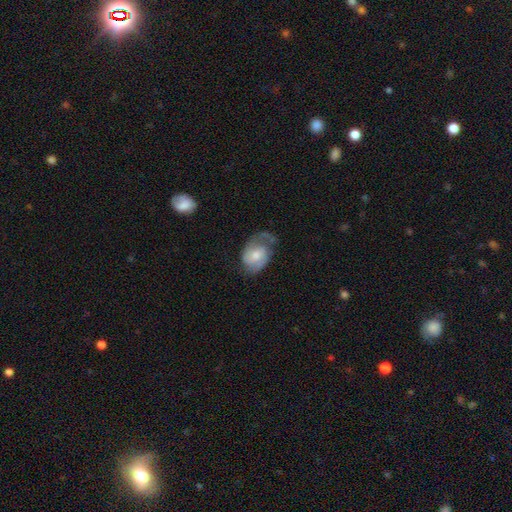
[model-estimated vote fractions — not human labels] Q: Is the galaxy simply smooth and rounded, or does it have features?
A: featured or disk — 62%.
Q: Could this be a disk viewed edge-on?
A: no — 97%.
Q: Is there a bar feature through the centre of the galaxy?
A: no — 63%.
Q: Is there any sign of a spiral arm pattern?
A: yes — 86%.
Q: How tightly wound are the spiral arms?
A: medium — 42%.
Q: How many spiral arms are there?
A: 2 — 62%.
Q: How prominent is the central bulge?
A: moderate — 59%.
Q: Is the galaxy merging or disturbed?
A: none — 41%.